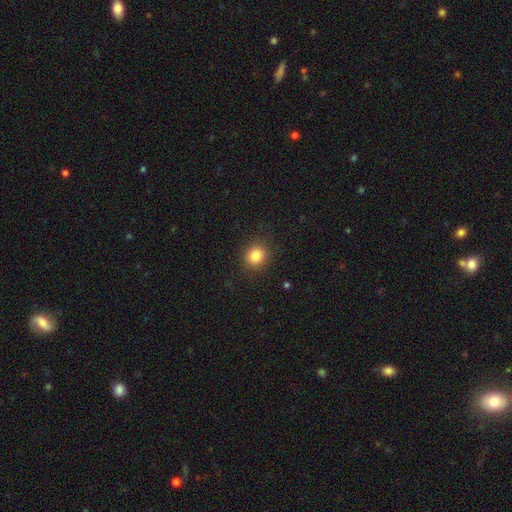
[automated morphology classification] This is clearly a smooth galaxy (84%). How rounded: clearly round (83%). Merging: clearly none (89%).